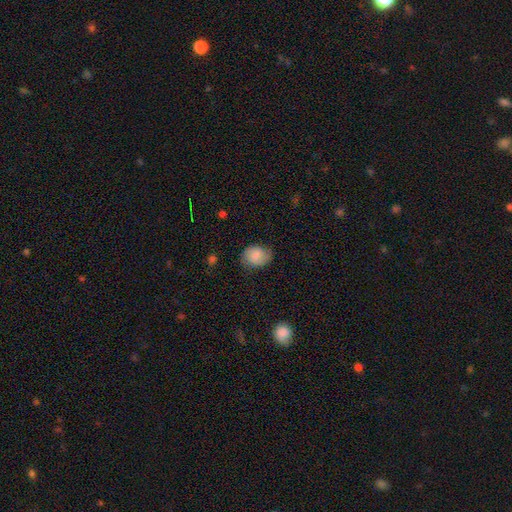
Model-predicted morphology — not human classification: Smooth or featured? smooth (75%)
How rounded? in between (58%)
Merging? none (72%)